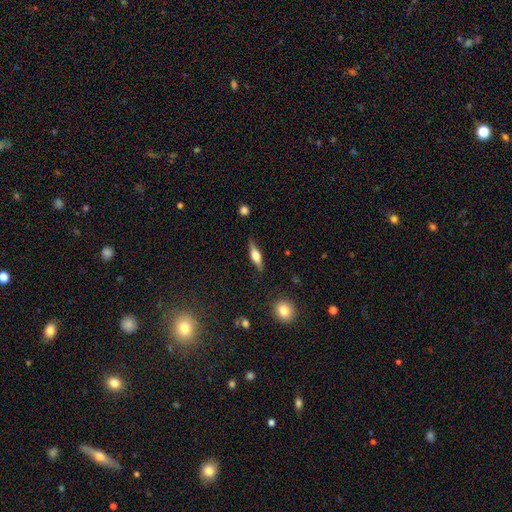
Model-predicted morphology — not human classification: A featured or disk galaxy (53%) viewed edge-on (94%).

Vote fractions:
- Smooth or featured? featured or disk: 53% / smooth: 41% / star or artifact: 7%
- Edge-on disk? yes: 94% / no: 6%
- Merging? none: 84% / minor disturbance: 12% / major disturbance: 3% / merger: 1%